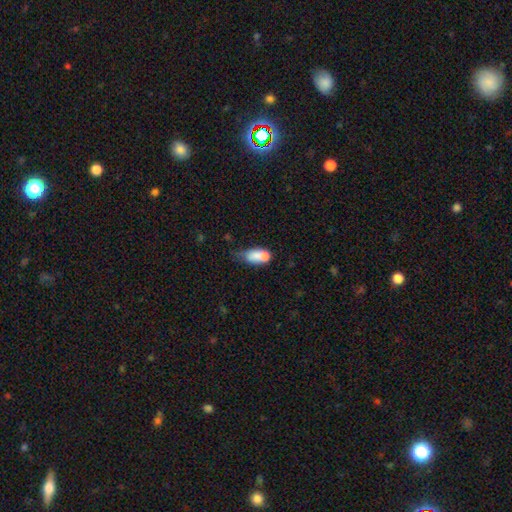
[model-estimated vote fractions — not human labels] A smooth galaxy with no disk features (72%) that is in between round and cigar-shaped (83%).

Vote fractions:
- Smooth or featured? smooth: 72% / featured or disk: 19% / star or artifact: 9%
- How rounded? in between: 83% / cigar-shaped: 9% / round: 8%
- Merging? merger: 35% / none: 27% / minor disturbance: 24% / major disturbance: 14%